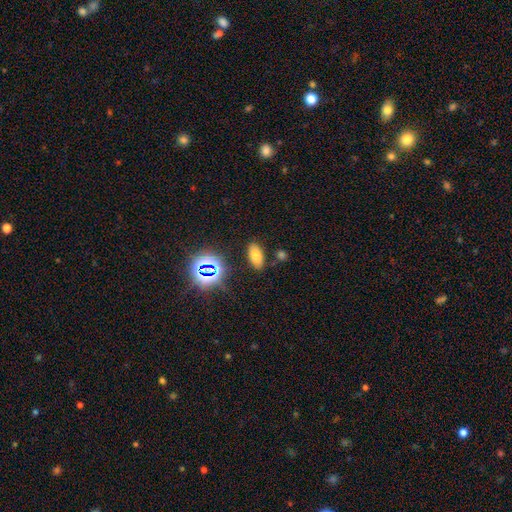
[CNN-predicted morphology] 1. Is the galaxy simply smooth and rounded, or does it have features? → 71% smooth, 20% star or artifact, 9% featured or disk.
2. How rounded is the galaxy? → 89% in between, 6% cigar-shaped, 4% round.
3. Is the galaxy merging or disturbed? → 84% none, 10% minor disturbance, 3% merger, 3% major disturbance.